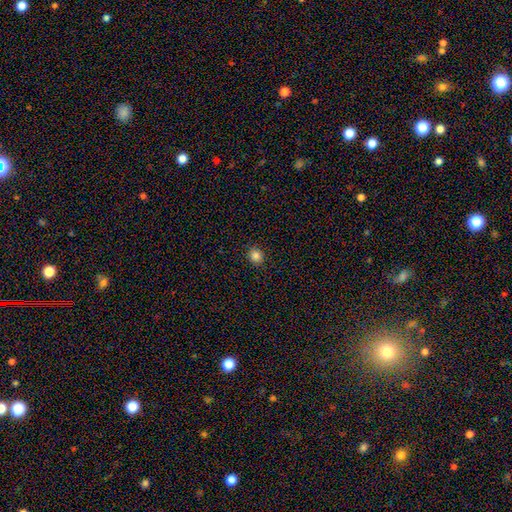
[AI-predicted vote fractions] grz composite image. It shows a smooth galaxy with no disk features (84%) that is round (79%). Merging: none (91%).